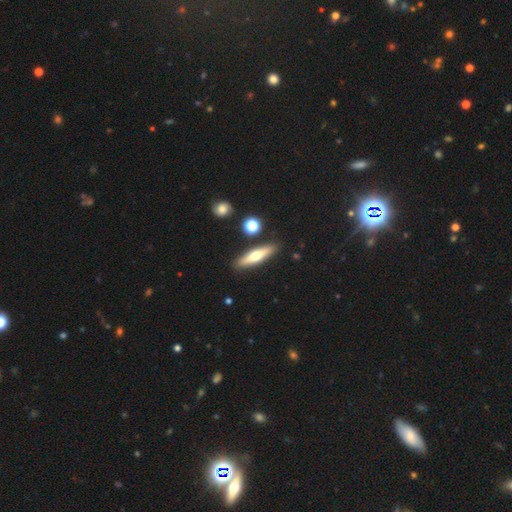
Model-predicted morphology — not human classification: This appears to be a smooth galaxy with no disk features (47%). Merging: none (86%).